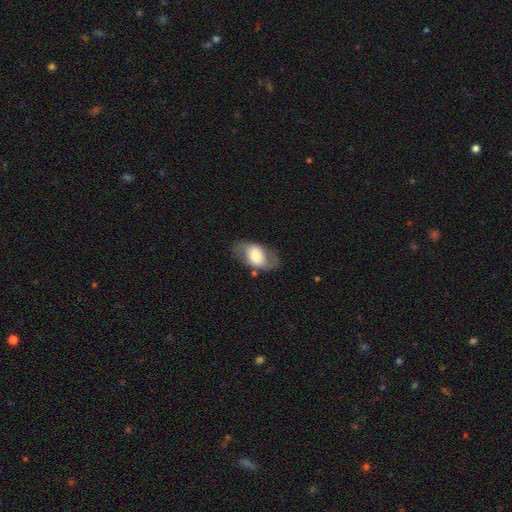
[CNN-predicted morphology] featured or disk 47%, smooth 46%, star or artifact 7%. Down the decision tree: merging — none (71%).